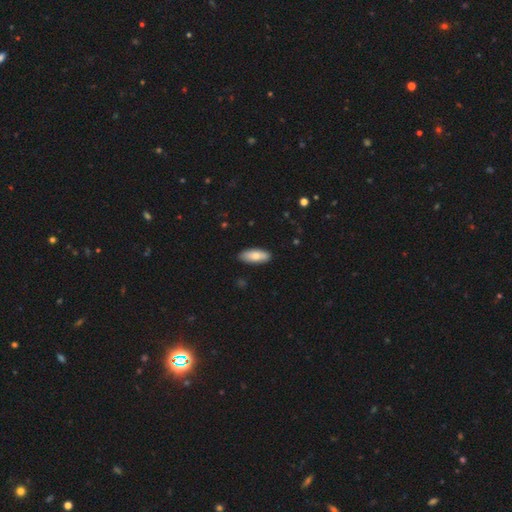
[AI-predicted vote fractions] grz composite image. It shows a smooth galaxy with no disk features (73%) that is in between round and cigar-shaped (77%). Merging: none (86%).